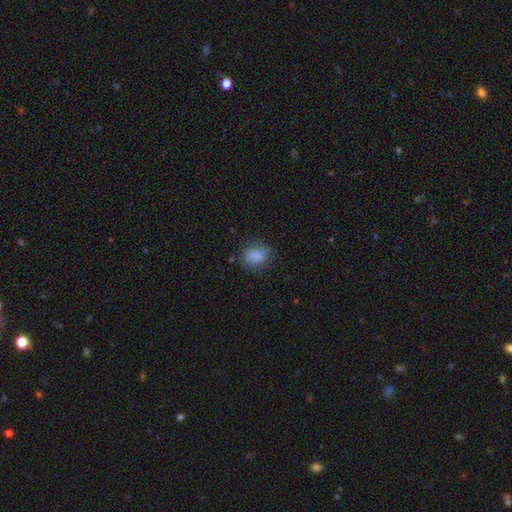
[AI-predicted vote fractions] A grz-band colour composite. It shows a smooth galaxy with no disk features (83%) that is in between round and cigar-shaped (54%). Merging: none (72%).